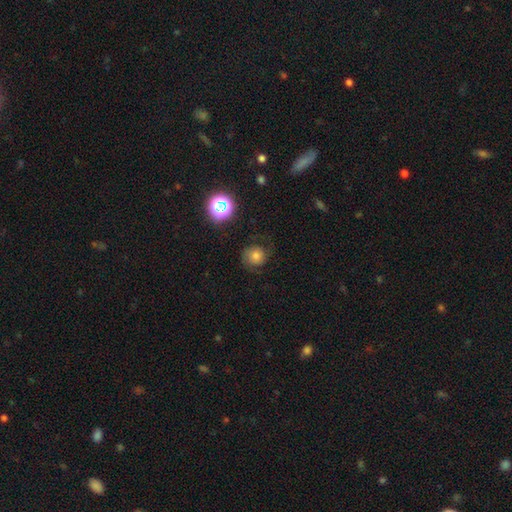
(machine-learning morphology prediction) Smooth or featured?
  - smooth: 59% *
  - featured or disk: 25%
  - star or artifact: 16%
How rounded?
  - round: 87% *
  - in between: 12%
  - cigar-shaped: 1%
Merging?
  - none: 70% *
  - minor disturbance: 18%
  - major disturbance: 11%
  - merger: 1%